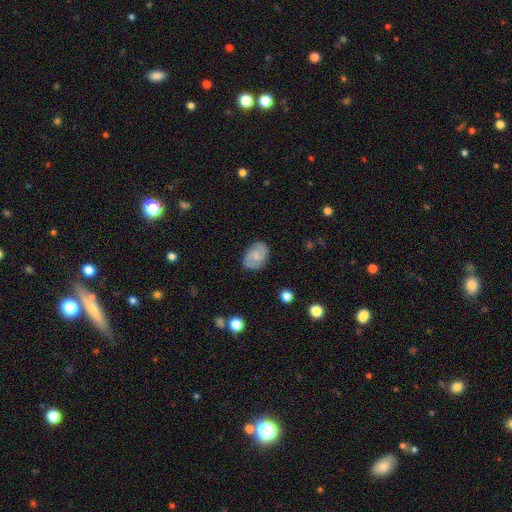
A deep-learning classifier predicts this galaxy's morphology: Smooth or featured? Predicted: featured or disk (p=0.59). Edge-on disk? Predicted: no (p=0.97). Bar? Predicted: no (p=0.48). Spiral arms? Predicted: yes (p=0.91). Spiral winding? Predicted: medium (p=0.50). Spiral arm count? Predicted: 2 (p=0.85). Bulge size? Predicted: small (p=0.46). Merging? Predicted: none (p=0.81).